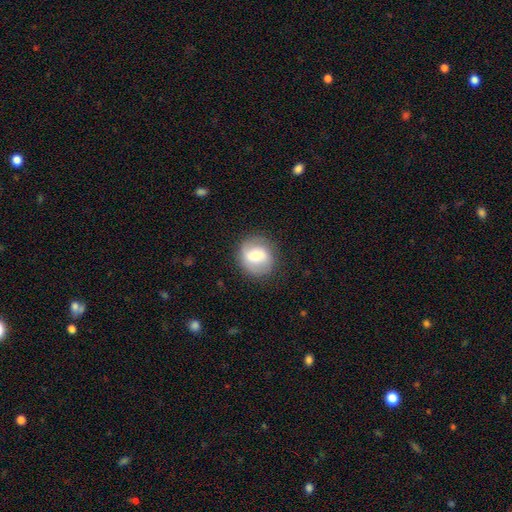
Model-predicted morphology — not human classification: Overall: smooth (52%; featured or disk 40%). How rounded: round (83%). Merging: none (81%).